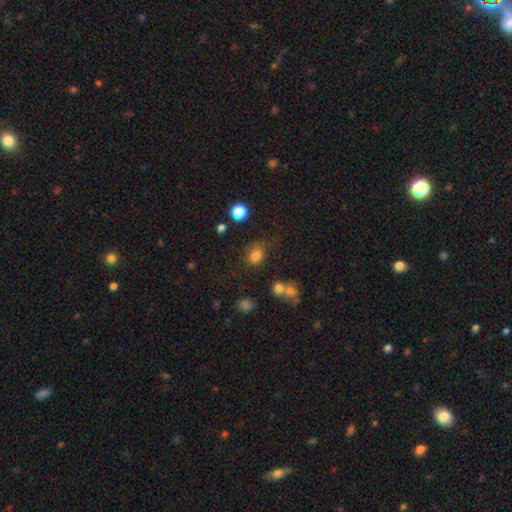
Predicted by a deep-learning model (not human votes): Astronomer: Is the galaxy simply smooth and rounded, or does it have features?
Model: smooth — 80%.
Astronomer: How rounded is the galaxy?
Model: round — 61% (runner-up: in between, 38%).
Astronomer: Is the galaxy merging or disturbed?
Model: none — 65%.